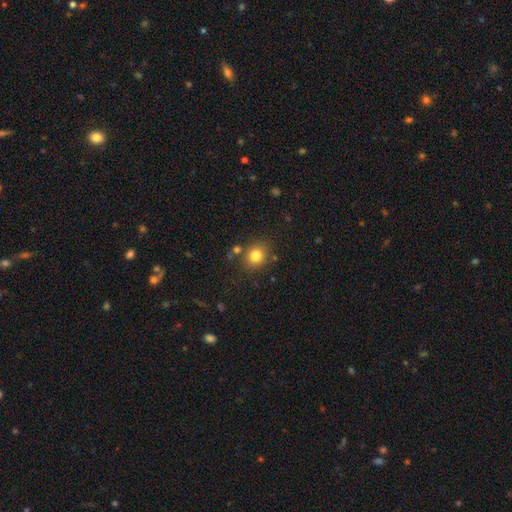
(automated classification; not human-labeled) Overall: smooth (80%). How rounded: round (68%; in between 31%). Merging: none (80%).